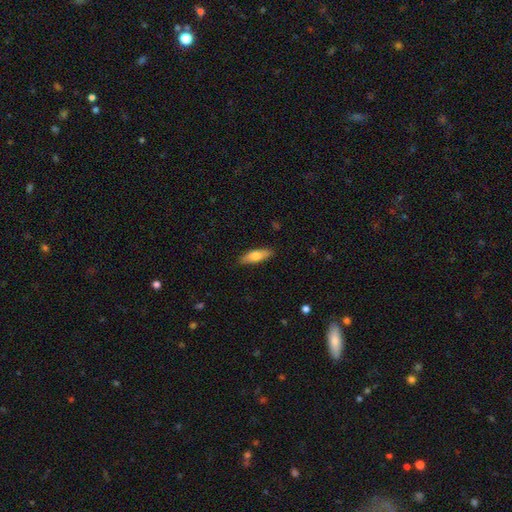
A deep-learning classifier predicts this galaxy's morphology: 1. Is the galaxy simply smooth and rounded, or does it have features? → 69% smooth, 25% featured or disk, 6% star or artifact.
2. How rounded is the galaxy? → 52% in between, 45% cigar-shaped, 2% round.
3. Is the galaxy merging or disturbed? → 86% none, 11% minor disturbance, 2% major disturbance, 1% merger.